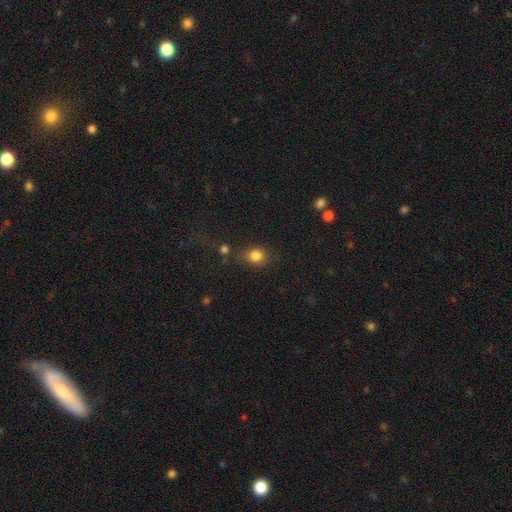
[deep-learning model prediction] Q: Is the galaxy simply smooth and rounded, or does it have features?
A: smooth — 83%.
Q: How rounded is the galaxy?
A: round — 68%.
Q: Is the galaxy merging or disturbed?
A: none — 73%.